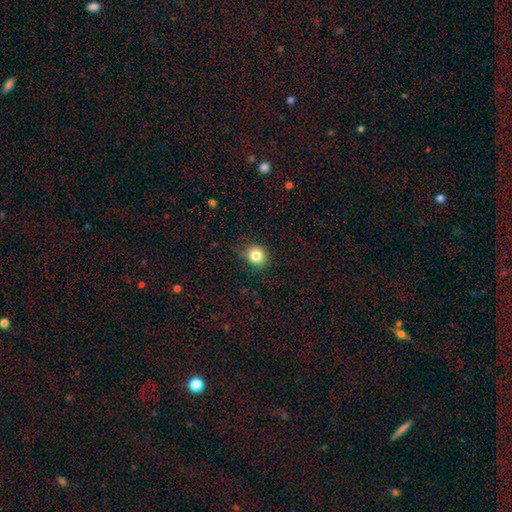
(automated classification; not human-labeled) This appears to be a smooth galaxy with no disk features (83%) that is round (81%). Merging: none (82%).